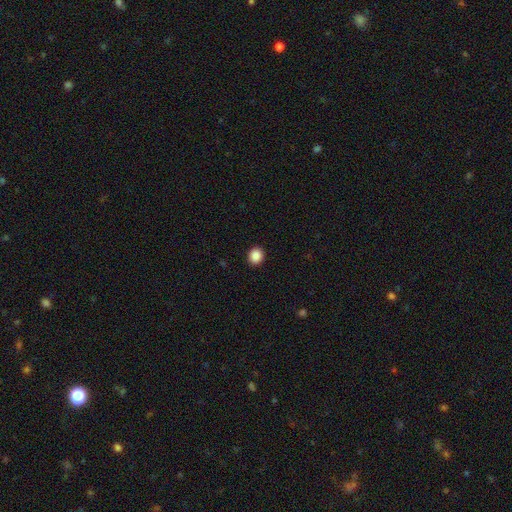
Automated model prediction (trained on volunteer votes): Smooth or featured: smooth — 88% (star or artifact — 9%)
How rounded: round — 79% (in between — 20%)
Merging: none — 93% (minor disturbance — 5%)